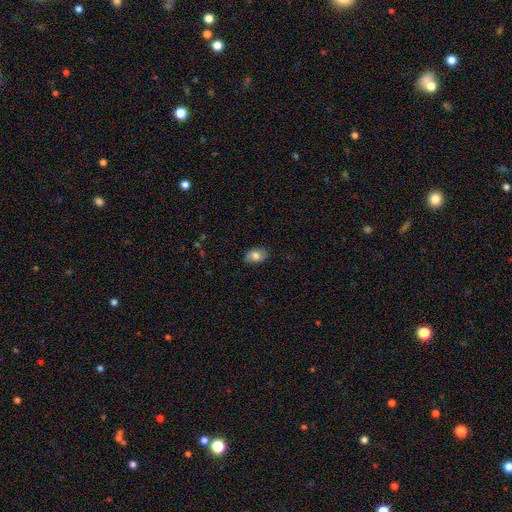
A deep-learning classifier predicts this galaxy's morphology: smooth_or_featured: smooth (p=0.79) [alt: featured or disk p=0.13]
how_rounded: in between (p=0.82) [alt: round p=0.17]
merging: none (p=0.84) [alt: minor disturbance p=0.13]